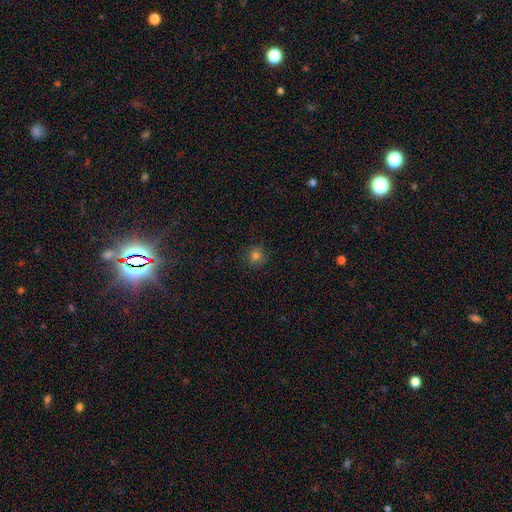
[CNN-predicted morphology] smooth_or_featured: smooth (p=0.80) [alt: star or artifact p=0.15]
how_rounded: round (p=0.92) [alt: in between p=0.07]
merging: none (p=0.90) [alt: minor disturbance p=0.07]